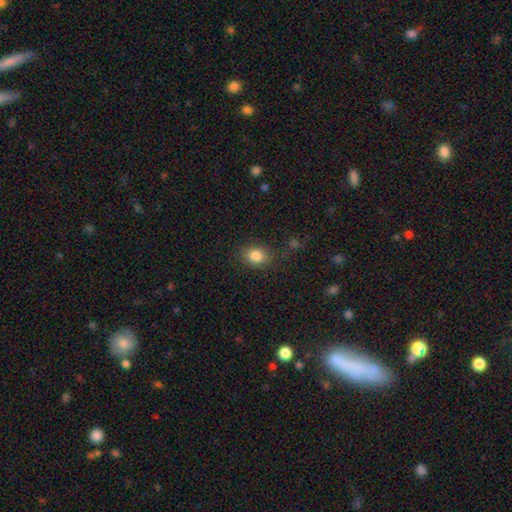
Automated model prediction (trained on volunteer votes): Q: Smooth or featured?
A: smooth (84%); runner-up: star or artifact (10%)
Q: How rounded?
A: round (50%); runner-up: in between (49%)
Q: Merging?
A: none (81%); runner-up: minor disturbance (12%)